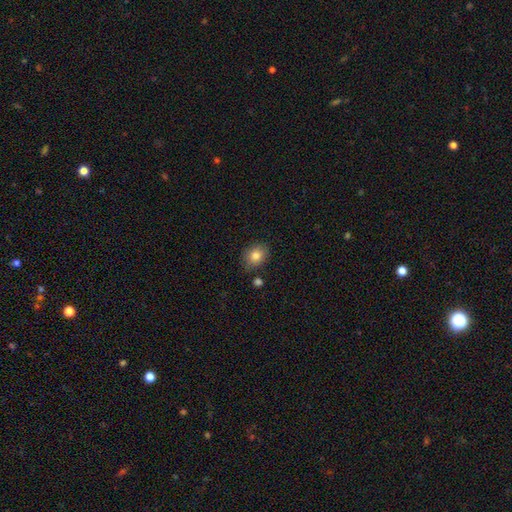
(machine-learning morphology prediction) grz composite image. It shows a smooth galaxy with no disk features (82%) that is in between round and cigar-shaped (52%). Merging: none (79%).